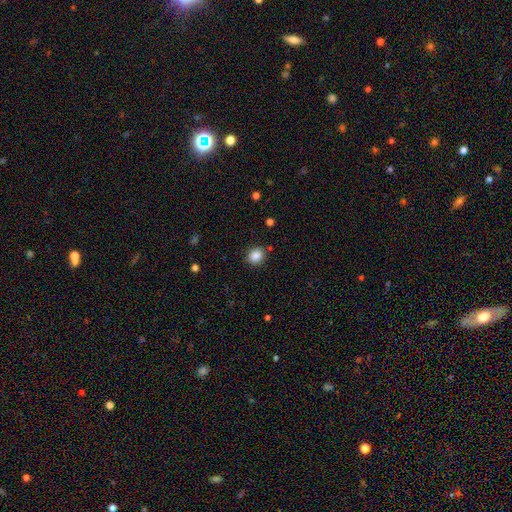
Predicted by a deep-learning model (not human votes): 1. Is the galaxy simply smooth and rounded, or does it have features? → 86% smooth, 10% star or artifact, 4% featured or disk.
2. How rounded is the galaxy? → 70% round, 30% in between, 1% cigar-shaped.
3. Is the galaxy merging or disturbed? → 87% none, 9% minor disturbance, 2% major disturbance, 2% merger.